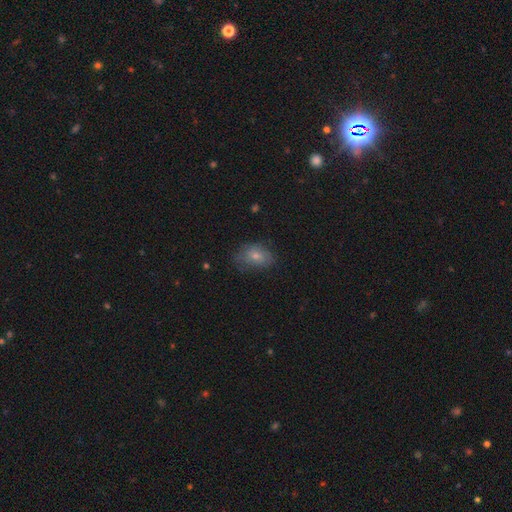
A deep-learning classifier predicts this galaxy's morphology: Smooth or featured: smooth — 64% (featured or disk — 22%)
How rounded: in between — 77% (round — 22%)
Merging: none — 65% (minor disturbance — 26%)